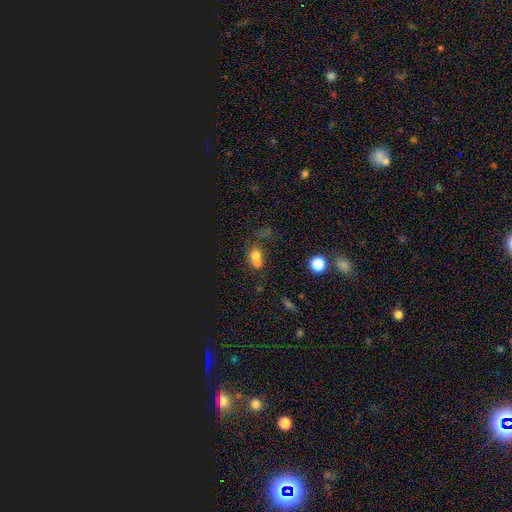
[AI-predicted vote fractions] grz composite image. It shows a smooth galaxy with no disk features (66%) that is round (63%). Merging: merger (61%).